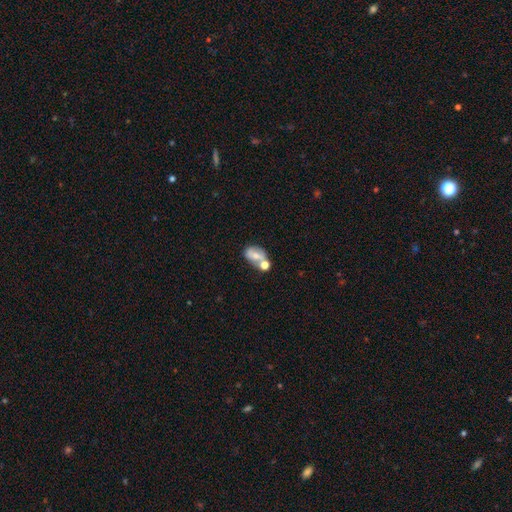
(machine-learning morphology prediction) Q: Smooth or featured?
A: smooth (56%); runner-up: featured or disk (34%)
Q: How rounded?
A: in between (79%); runner-up: round (19%)
Q: Merging?
A: merger (43%); runner-up: none (34%)